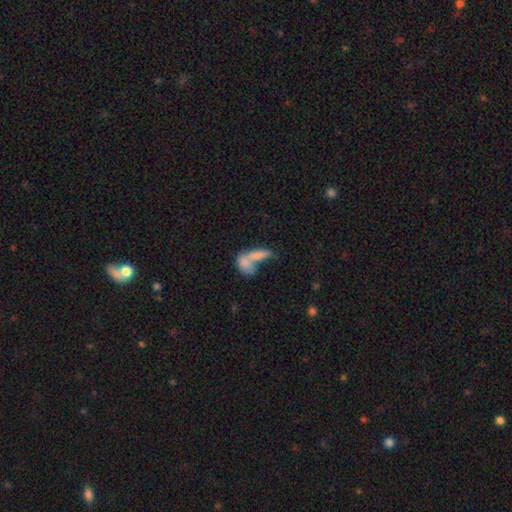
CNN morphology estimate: The model was most divided on "how rounded": in between: 64%, cigar-shaped: 27%, round: 9%. More confident: smooth or featured — smooth (72%); merging — merger (66%).